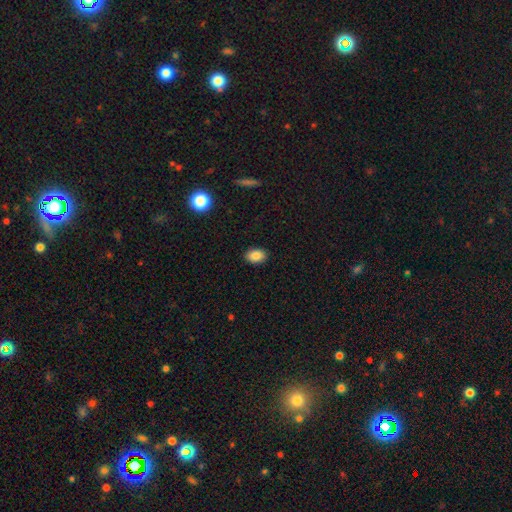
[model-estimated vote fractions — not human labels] This is clearly a smooth galaxy (85%). How rounded: likely in between (80%). Merging: clearly none (90%).